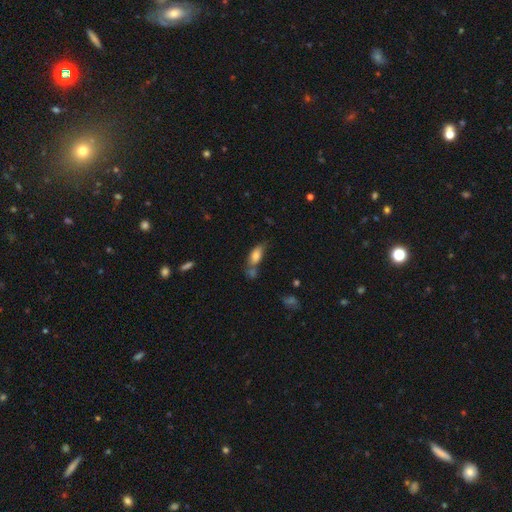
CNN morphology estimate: A smooth galaxy with no disk features (78%) that is in between round and cigar-shaped (82%).

Vote fractions:
- Smooth or featured? smooth: 78% / featured or disk: 14% / star or artifact: 8%
- How rounded? in between: 82% / cigar-shaped: 14% / round: 4%
- Merging? none: 43% / merger: 30% / minor disturbance: 19% / major disturbance: 8%